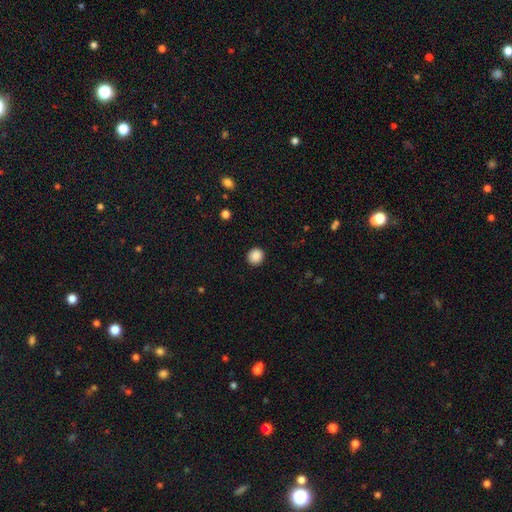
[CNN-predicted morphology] Smooth or featured?
  - smooth: 88% *
  - star or artifact: 9%
  - featured or disk: 2%
How rounded?
  - round: 90% *
  - in between: 9%
  - cigar-shaped: 1%
Merging?
  - none: 92% *
  - minor disturbance: 5%
  - major disturbance: 2%
  - merger: 1%